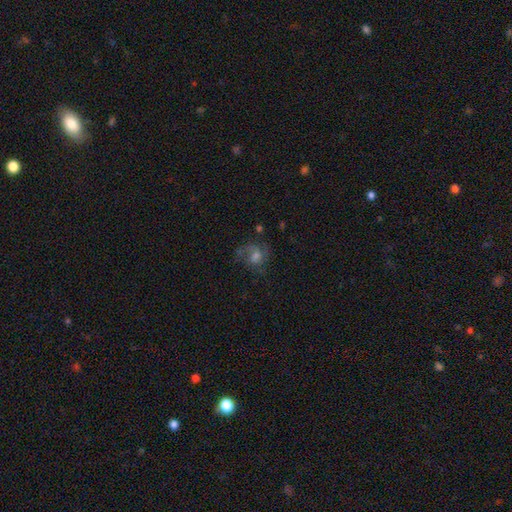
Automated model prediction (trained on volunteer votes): This is possibly a featured or disk galaxy (59%). It is clearly not viewed edge-on (97%). Bar: likely no (64%). Spiral arm pattern: clearly yes (84%). Central bulge: possibly moderate (48%). Merging: possibly none (59%).